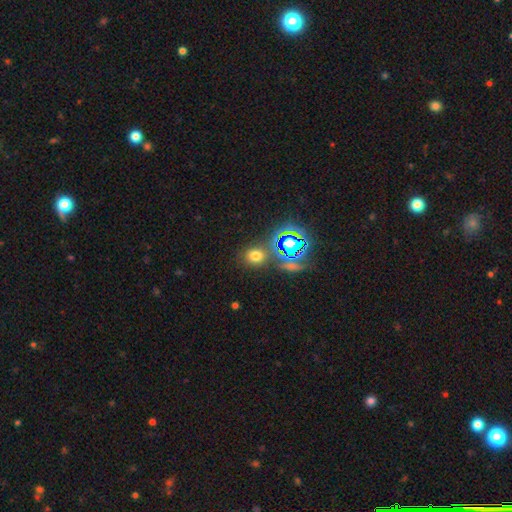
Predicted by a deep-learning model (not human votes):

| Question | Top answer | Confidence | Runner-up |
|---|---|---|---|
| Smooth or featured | smooth | 63% | star or artifact (29%) |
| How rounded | round | 64% | in between (34%) |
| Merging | none | 80% | minor disturbance (9%) |